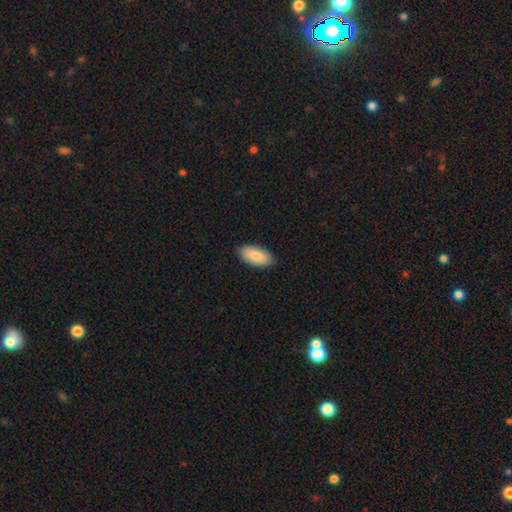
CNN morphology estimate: Smooth or featured? smooth (86%)
How rounded? in between (91%)
Merging? none (88%)